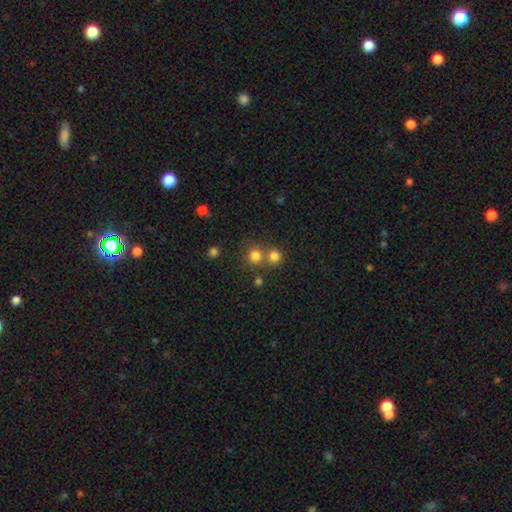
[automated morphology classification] A smooth galaxy with no disk features (78%) that is round (89%).

Vote fractions:
- Smooth or featured? smooth: 78% / star or artifact: 15% / featured or disk: 7%
- How rounded? round: 89% / in between: 10% / cigar-shaped: 1%
- Merging? none: 57% / merger: 34% / minor disturbance: 6% / major disturbance: 3%